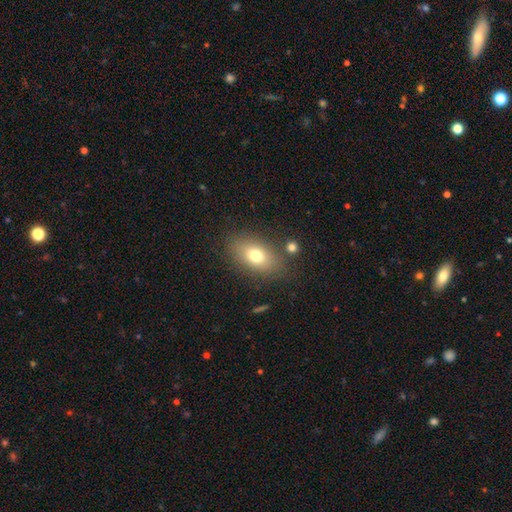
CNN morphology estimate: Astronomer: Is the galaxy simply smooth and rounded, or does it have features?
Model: smooth — 73%.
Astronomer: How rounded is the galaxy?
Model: in between — 85%.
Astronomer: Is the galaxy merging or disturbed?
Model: none — 80%.